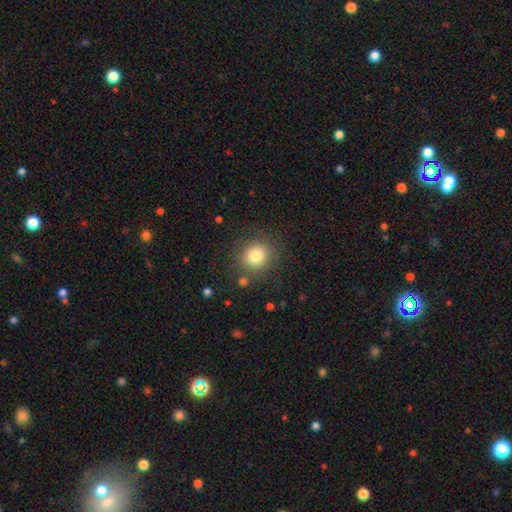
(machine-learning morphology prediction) smooth-or-featured: smooth: 80% | star or artifact: 12% | featured or disk: 8%
  how-rounded: round: 86% | in between: 13% | cigar-shaped: 1%
  merging: none: 84% | minor disturbance: 9% | major disturbance: 4% | merger: 3%